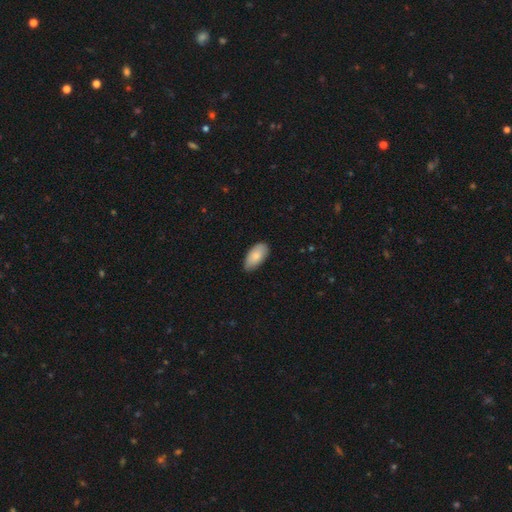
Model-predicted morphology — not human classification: smooth 83%, featured or disk 11%, star or artifact 6%. Down the decision tree: how rounded — in between (95%); merging — none (78%).